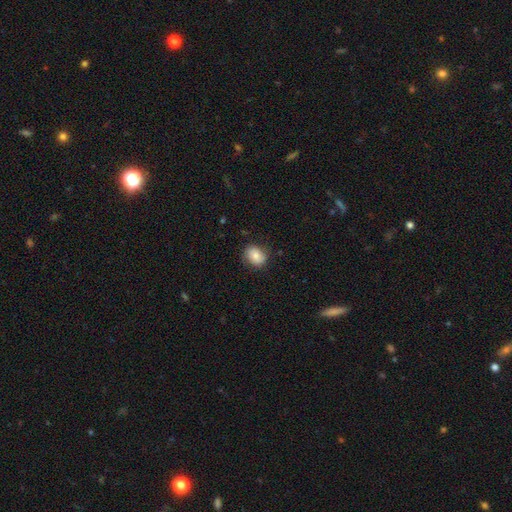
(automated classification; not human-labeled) Morphology: type=smooth (79%); roundness=in between (52%); merging=none (78%).